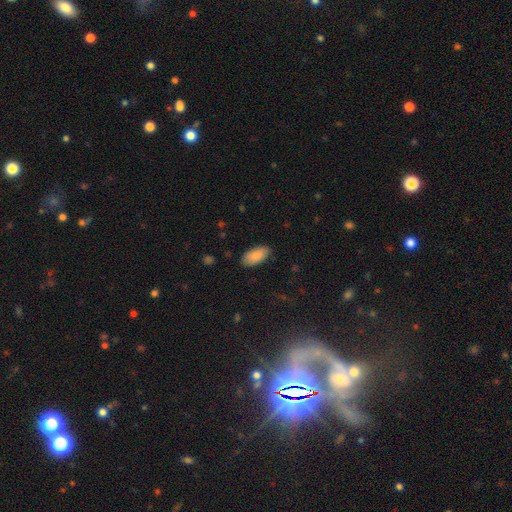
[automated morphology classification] This is clearly a smooth galaxy (88%). How rounded: clearly in between (94%). Merging: clearly none (86%).